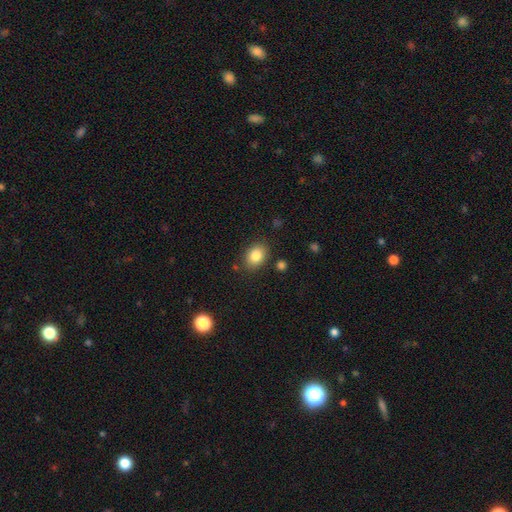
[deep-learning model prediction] smooth-or-featured: smooth: 84% | star or artifact: 9% | featured or disk: 7%
  how-rounded: in between: 70% | round: 29% | cigar-shaped: 1%
  merging: none: 83% | minor disturbance: 11% | merger: 3% | major disturbance: 3%